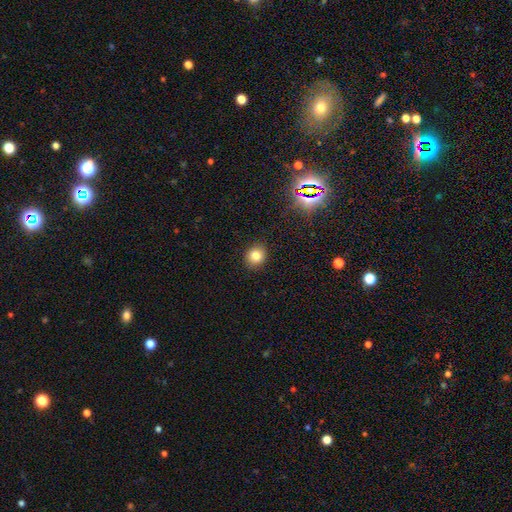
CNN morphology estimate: Q: Smooth or featured?
A: smooth (80%); runner-up: star or artifact (13%)
Q: How rounded?
A: round (77%); runner-up: in between (23%)
Q: Merging?
A: none (90%); runner-up: minor disturbance (7%)